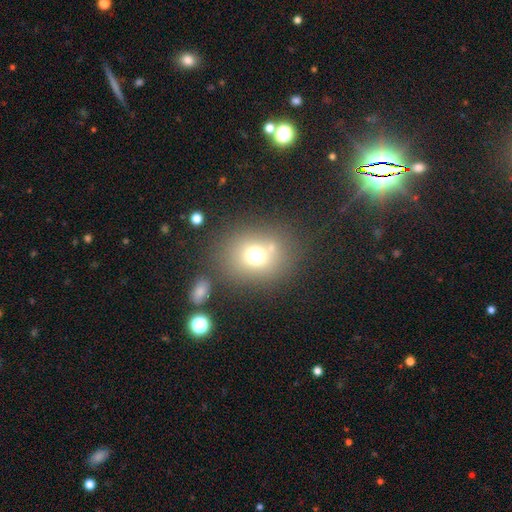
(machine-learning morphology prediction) This is likely a smooth galaxy (69%). How rounded: likely round (68%). Merging: likely none (69%).